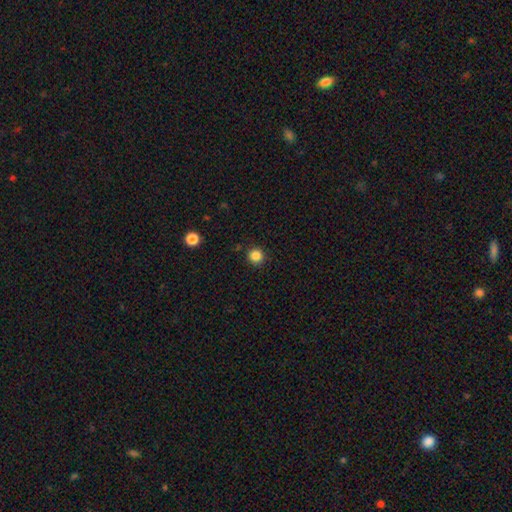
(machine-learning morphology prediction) Q: Smooth or featured?
A: smooth (86%); runner-up: star or artifact (11%)
Q: How rounded?
A: round (95%); runner-up: in between (4%)
Q: Merging?
A: none (91%); runner-up: minor disturbance (6%)